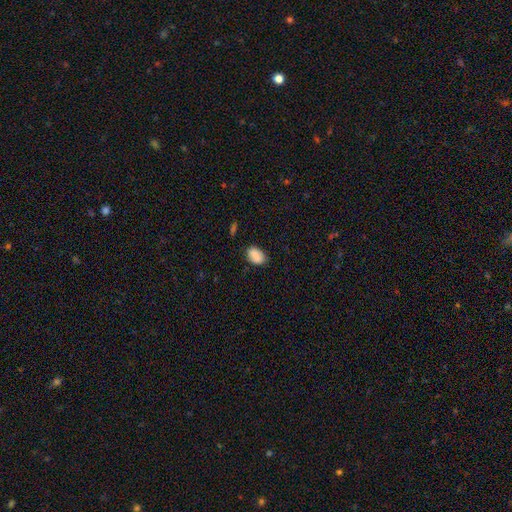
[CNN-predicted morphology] A smooth galaxy with no disk features (87%) that is in between round and cigar-shaped (84%).

Vote fractions:
- Smooth or featured? smooth: 87% / star or artifact: 8% / featured or disk: 6%
- How rounded? in between: 84% / round: 15% / cigar-shaped: 1%
- Merging? none: 77% / minor disturbance: 18% / major disturbance: 3% / merger: 2%